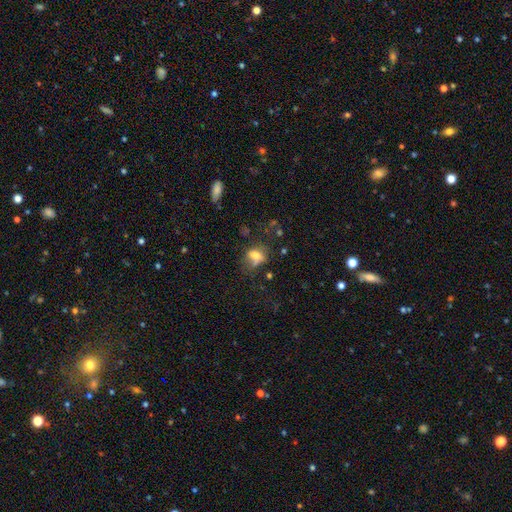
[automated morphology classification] Overall: smooth (64%). How rounded: in between (67%; round 30%). Merging: none (43%; minor disturbance 23%).